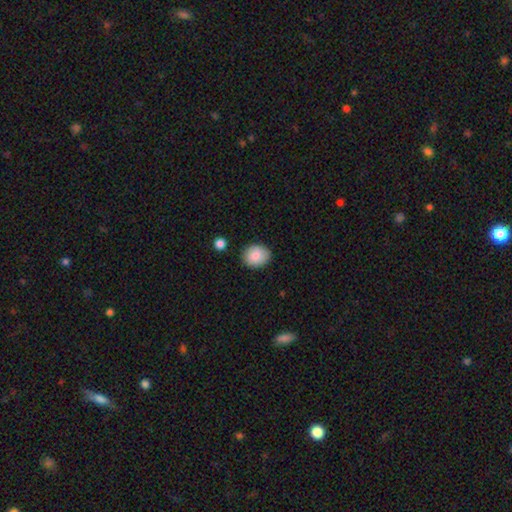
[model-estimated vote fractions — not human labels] smooth 86%, star or artifact 7%, featured or disk 7%. Down the decision tree: how rounded — round (60%); merging — none (84%).